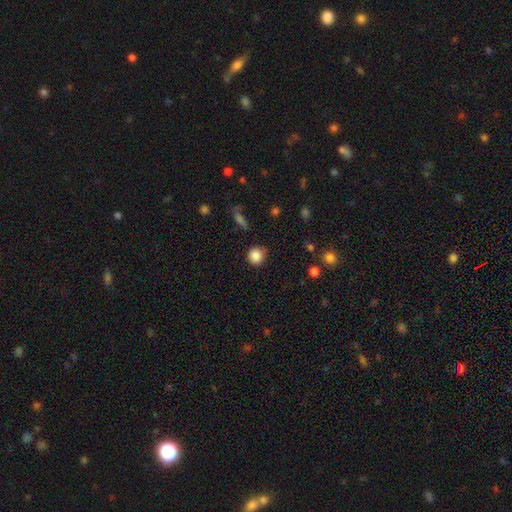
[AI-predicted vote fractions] smooth-or-featured: smooth: 86% | star or artifact: 10% | featured or disk: 5%
  how-rounded: round: 89% | in between: 10% | cigar-shaped: 1%
  merging: none: 80% | minor disturbance: 14% | major disturbance: 3% | merger: 2%